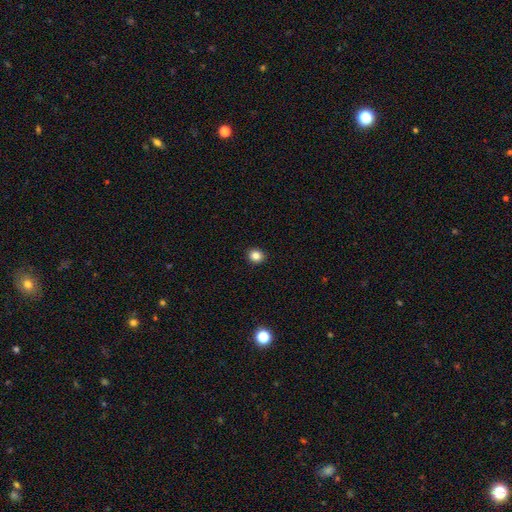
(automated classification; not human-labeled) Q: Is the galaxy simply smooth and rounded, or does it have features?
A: smooth — 85%.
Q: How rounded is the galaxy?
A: round — 81%.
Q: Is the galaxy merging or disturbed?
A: none — 92%.